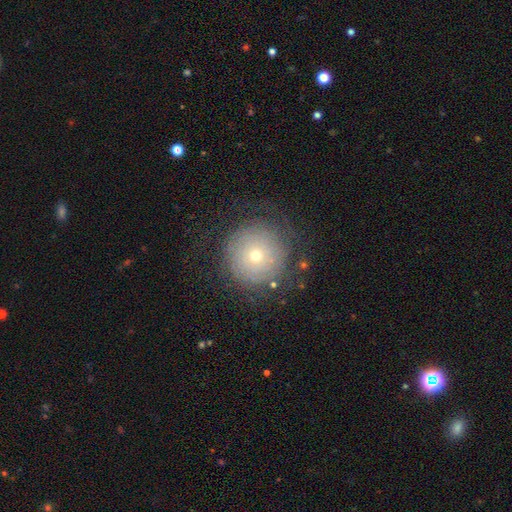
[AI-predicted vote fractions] Smooth or featured?
  - smooth: 47% *
  - featured or disk: 41%
  - star or artifact: 13%
Merging?
  - none: 74% *
  - minor disturbance: 14%
  - major disturbance: 10%
  - merger: 1%